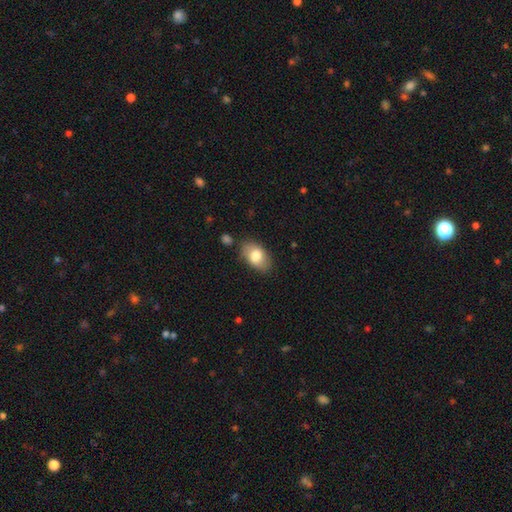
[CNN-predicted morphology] Smooth or featured: smooth — 77% (featured or disk — 16%)
How rounded: in between — 90% (round — 8%)
Merging: none — 76% (minor disturbance — 17%)